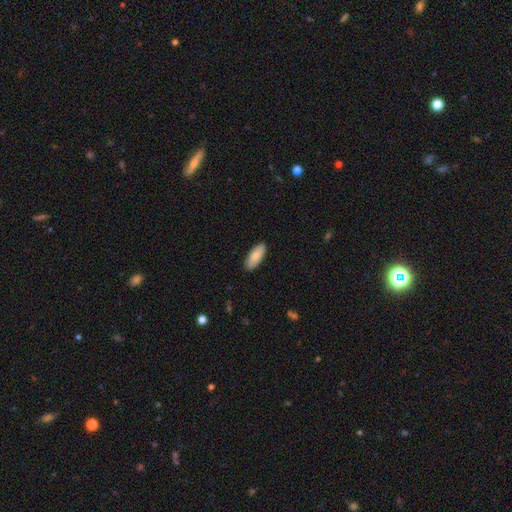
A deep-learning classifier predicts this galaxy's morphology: Smooth or featured? Predicted: smooth (p=0.82). How rounded? Predicted: in between (p=0.81). Merging? Predicted: none (p=0.89).